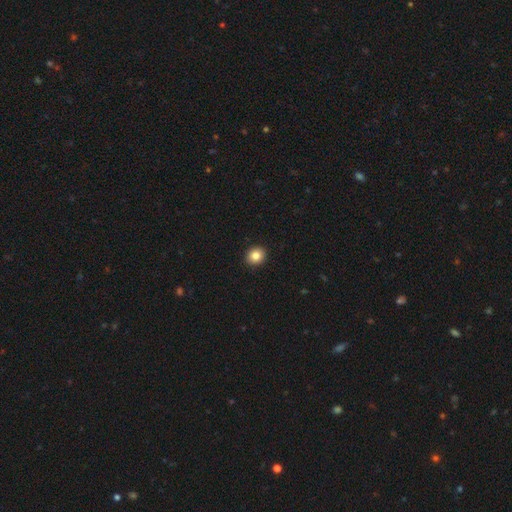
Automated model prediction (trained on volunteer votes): This is clearly a smooth galaxy (85%). How rounded: likely round (72%). Merging: clearly none (92%).